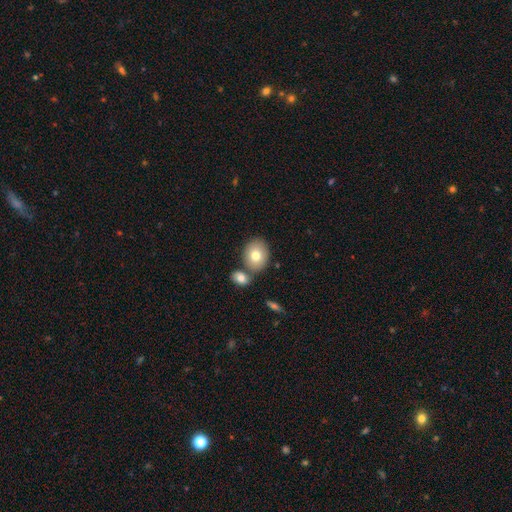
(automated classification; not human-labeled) smooth_or_featured: smooth (p=0.77) [alt: featured or disk p=0.15]
how_rounded: round (p=0.52) [alt: in between p=0.47]
merging: none (p=0.63) [alt: merger p=0.24]